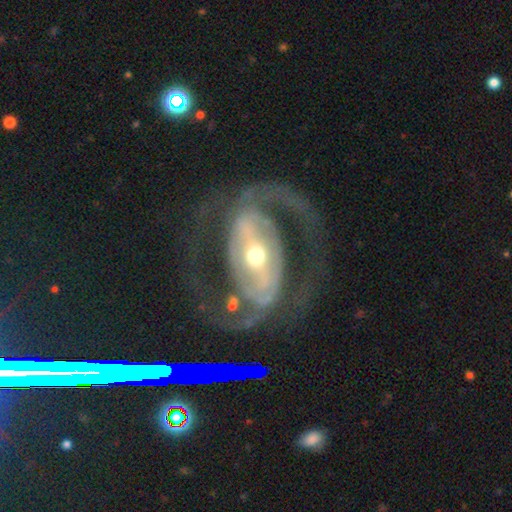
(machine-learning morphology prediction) smooth_or_featured: featured or disk (p=0.86) [alt: smooth p=0.09]
disk_edge_on: no (p=0.95) [alt: yes p=0.05]
bar: strong (p=0.55) [alt: weak p=0.27]
has_spiral_arms: yes (p=0.80) [alt: no p=0.20]
spiral_winding: medium (p=0.45) [alt: loose p=0.29]
spiral_arm_count: 2 (p=0.85) [alt: can't tell p=0.07]
bulge_size: moderate (p=0.67) [alt: small p=0.24]
merging: none (p=0.61) [alt: major disturbance p=0.23]